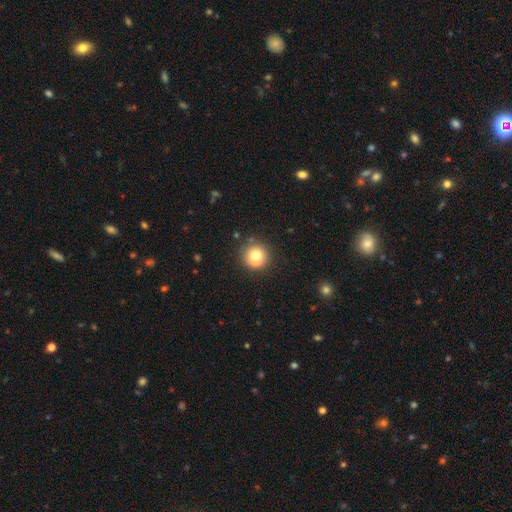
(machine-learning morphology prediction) smooth_or_featured: smooth (p=0.75) [alt: featured or disk p=0.14]
how_rounded: round (p=0.93) [alt: in between p=0.06]
merging: none (p=0.75) [alt: minor disturbance p=0.13]